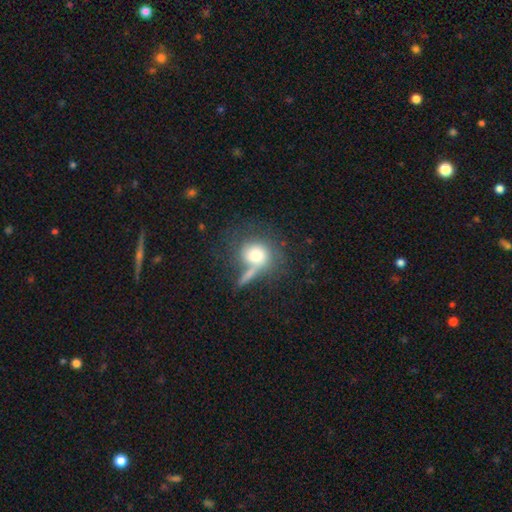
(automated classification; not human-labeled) This is likely a smooth galaxy (66%). How rounded: likely round (73%). Merging: marginally none (37%).